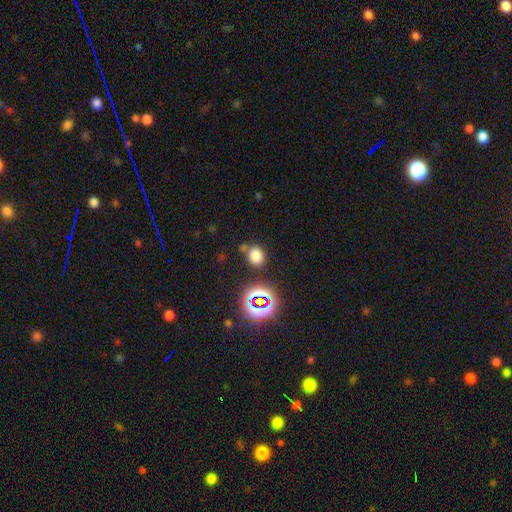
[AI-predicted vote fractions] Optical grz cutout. It shows a smooth galaxy with no disk features (73%) that is round (54%). Merging: none (73%).